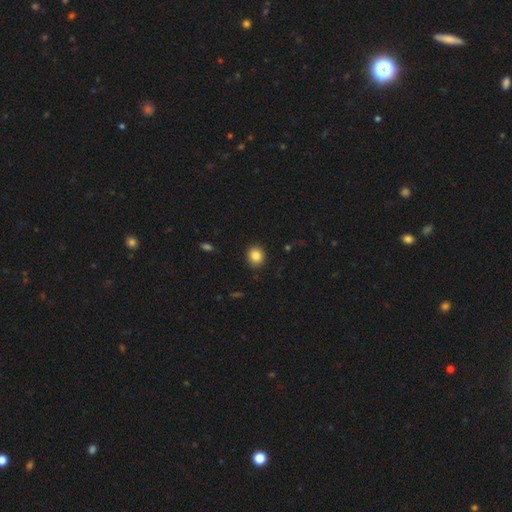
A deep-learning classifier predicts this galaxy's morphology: Smooth or featured? smooth (85%)
How rounded? round (81%)
Merging? none (91%)